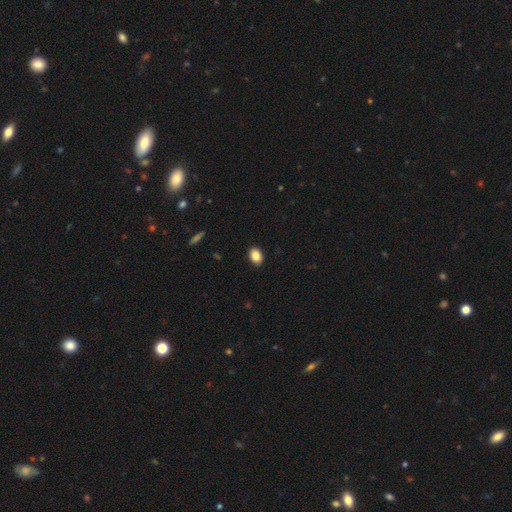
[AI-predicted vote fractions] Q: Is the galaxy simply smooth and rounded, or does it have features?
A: smooth — 87%.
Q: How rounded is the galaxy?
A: in between — 74%.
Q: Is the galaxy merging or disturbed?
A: none — 89%.